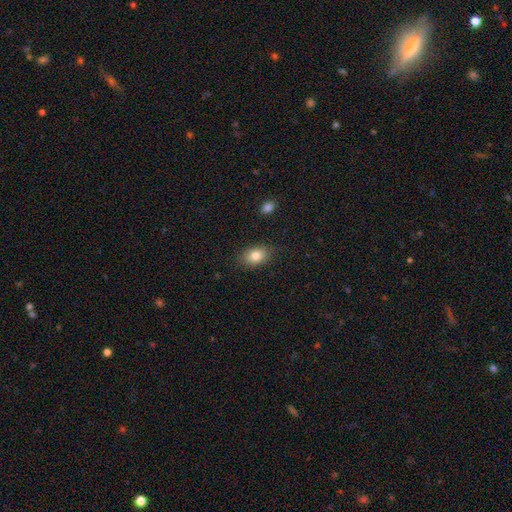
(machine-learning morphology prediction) A smooth galaxy with no disk features (82%) that is in between round and cigar-shaped (80%). Merging: none (84%).